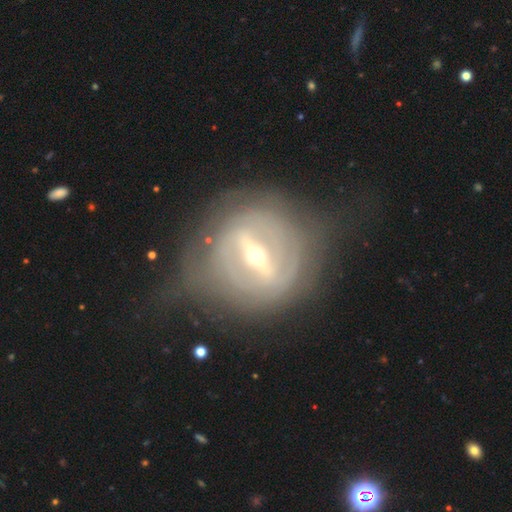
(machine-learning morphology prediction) Smooth or featured: featured or disk — 83% (smooth — 10%)
Edge-on disk: no — 85% (yes — 15%)
Bar: strong — 73% (weak — 20%)
Spiral arms: yes — 53% (no — 47%)
Bulge size: small — 59% (moderate — 36%)
Merging: none — 66% (minor disturbance — 18%)